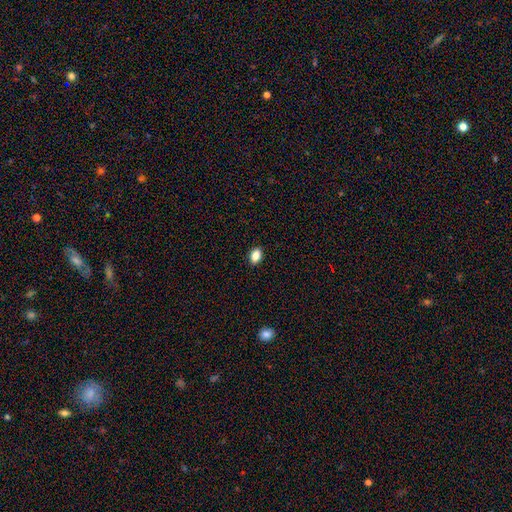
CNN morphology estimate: Overall: smooth (86%). How rounded: in between (83%). Merging: none (90%).